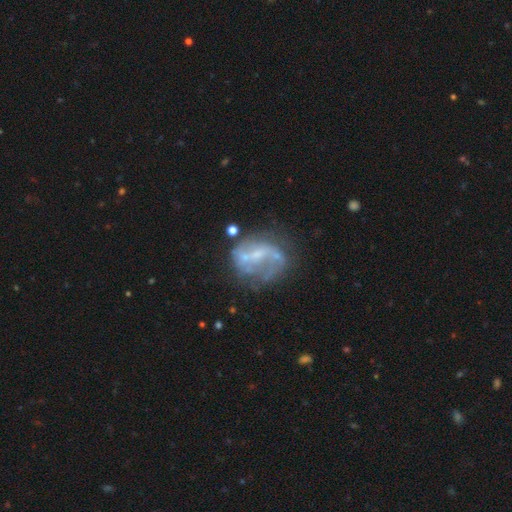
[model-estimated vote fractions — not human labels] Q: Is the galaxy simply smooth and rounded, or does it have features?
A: featured or disk — 73%.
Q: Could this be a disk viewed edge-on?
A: no — 98%.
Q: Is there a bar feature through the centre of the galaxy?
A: weak — 45%.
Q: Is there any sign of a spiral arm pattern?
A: yes — 68%.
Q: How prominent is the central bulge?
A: small — 55%.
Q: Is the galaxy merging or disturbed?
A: none — 48%.